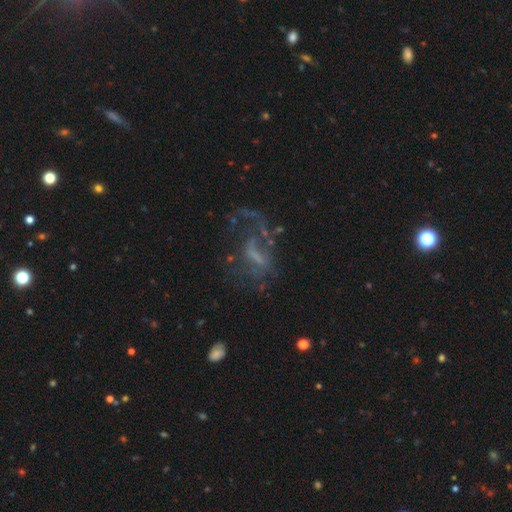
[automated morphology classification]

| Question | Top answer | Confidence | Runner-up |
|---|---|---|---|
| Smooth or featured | featured or disk | 67% | smooth (17%) |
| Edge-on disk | no | 95% | yes (5%) |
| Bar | no | 39% | tied: weak (39%) |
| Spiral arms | yes | 60% | no (40%) |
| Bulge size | none | 54% | small (25%) |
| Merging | major disturbance | 45% | none (35%) |